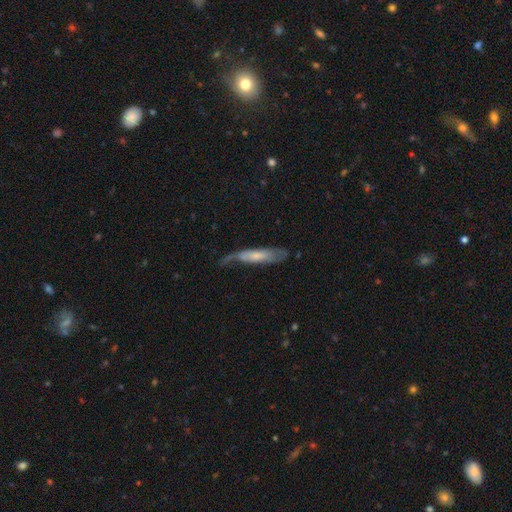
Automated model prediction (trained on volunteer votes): Overall: featured or disk (49%; smooth 45%). Merging: none (41%; minor disturbance 30%).